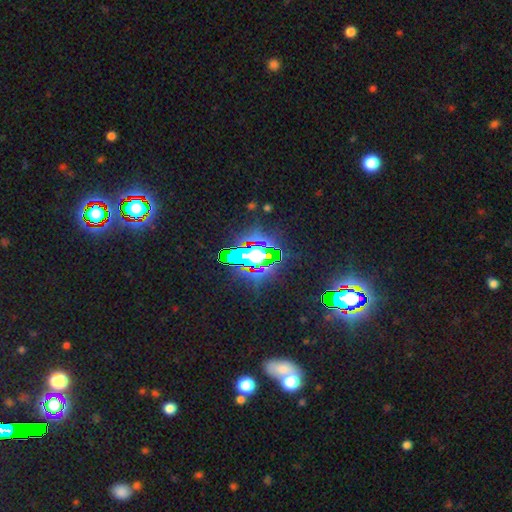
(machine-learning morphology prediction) A star or artifact, not a galaxy (70%).